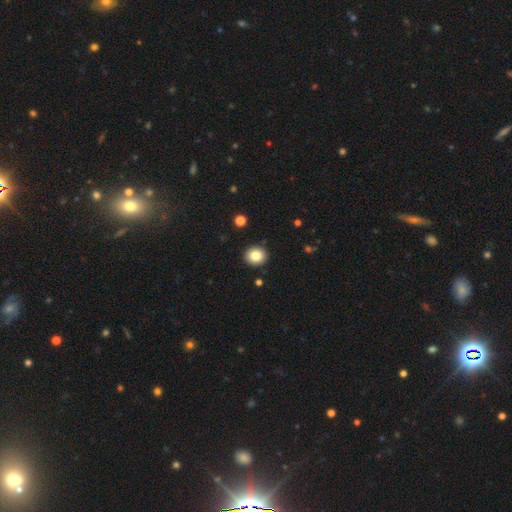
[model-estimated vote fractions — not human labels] smooth_or_featured: smooth (p=0.83) [alt: star or artifact p=0.10]
how_rounded: round (p=0.84) [alt: in between p=0.15]
merging: none (p=0.91) [alt: minor disturbance p=0.06]